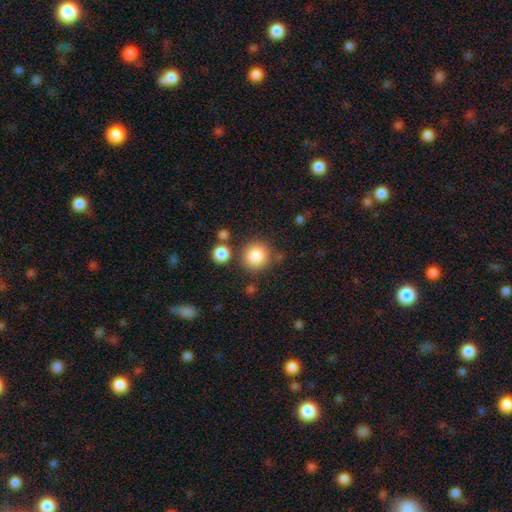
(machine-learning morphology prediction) smooth-or-featured: smooth: 86% | star or artifact: 9% | featured or disk: 6%
  how-rounded: round: 91% | in between: 8% | cigar-shaped: 1%
  merging: none: 80% | minor disturbance: 9% | merger: 7% | major disturbance: 3%